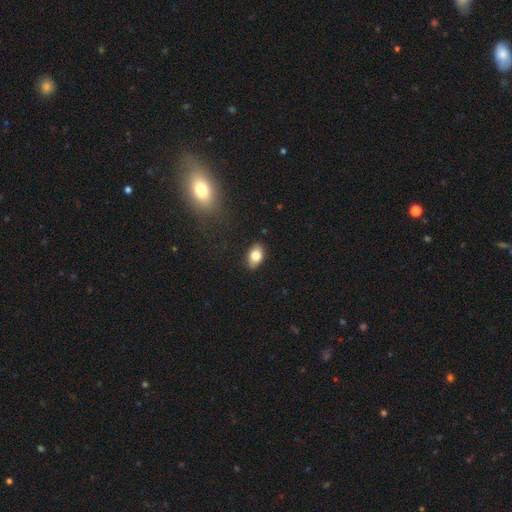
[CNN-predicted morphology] type=smooth (81%); roundness=in between (91%); merging=none (88%).